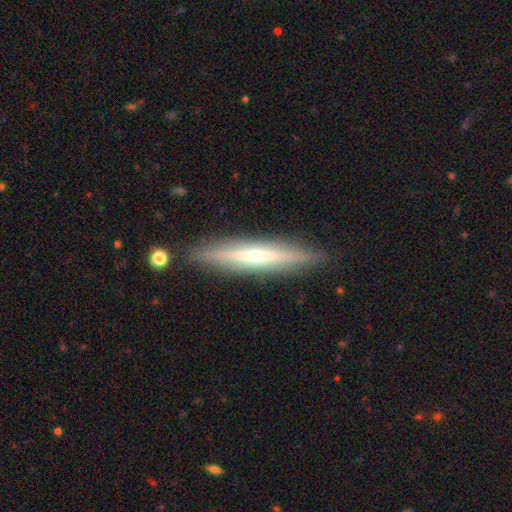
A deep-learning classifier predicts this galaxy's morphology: Q: Smooth or featured?
A: featured or disk (63%); runner-up: smooth (31%)
Q: Edge-on disk?
A: yes (94%); runner-up: no (6%)
Q: Edge-on bulge?
A: rounded (51%); runner-up: none (40%)
Q: Merging?
A: none (88%); runner-up: minor disturbance (8%)